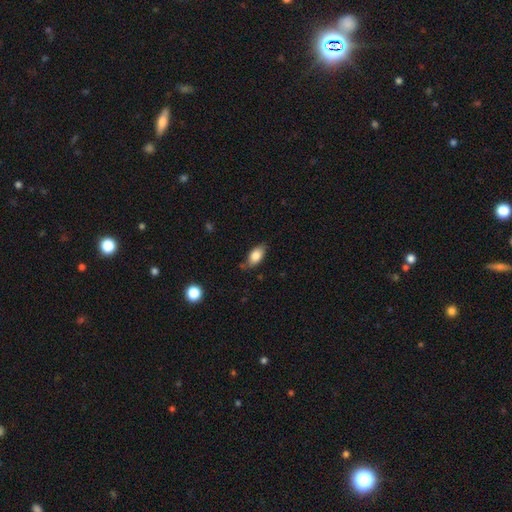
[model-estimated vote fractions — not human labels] Morphology: type=smooth (82%); roundness=in between (89%); merging=none (76%).